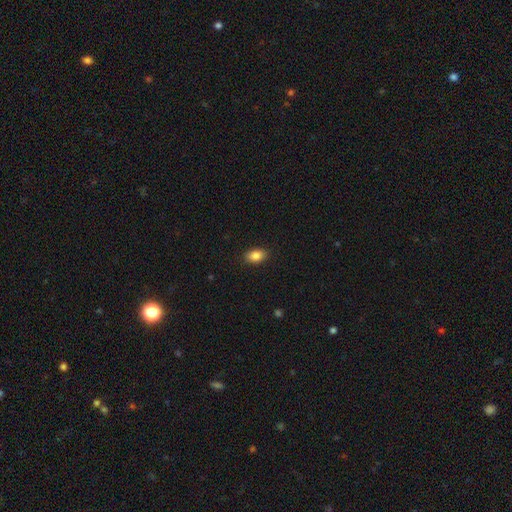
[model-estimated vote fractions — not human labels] smooth 86%, star or artifact 8%, featured or disk 5%. Down the decision tree: how rounded — in between (87%); merging — none (88%).